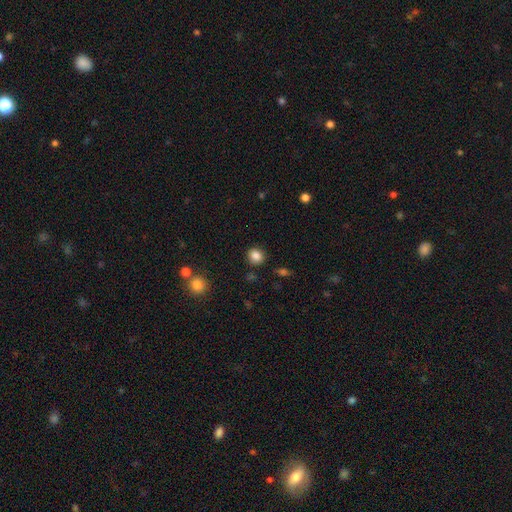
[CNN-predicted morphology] A smooth galaxy with no disk features (85%) that is round (79%). Merging: none (88%).